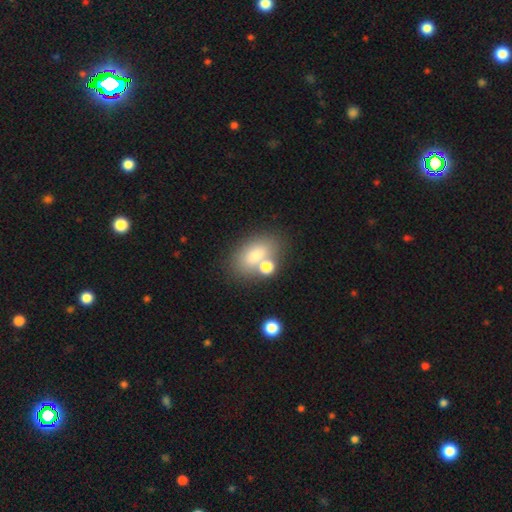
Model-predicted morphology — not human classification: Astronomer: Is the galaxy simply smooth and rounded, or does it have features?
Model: smooth — 76%.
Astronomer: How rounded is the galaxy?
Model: in between — 84%.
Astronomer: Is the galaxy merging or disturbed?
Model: none — 58%.